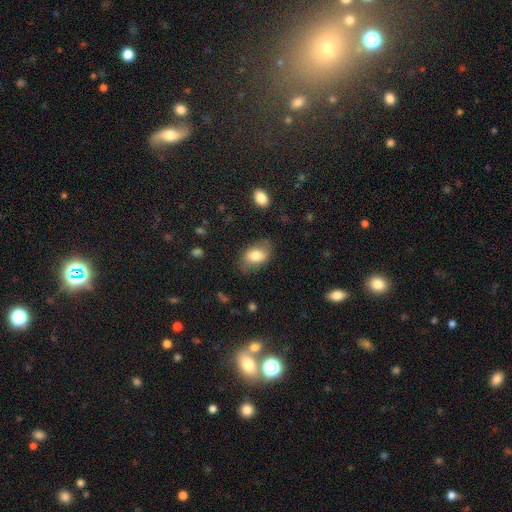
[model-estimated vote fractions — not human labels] Q: Smooth or featured?
A: smooth (74%); runner-up: featured or disk (19%)
Q: How rounded?
A: in between (87%); runner-up: round (12%)
Q: Merging?
A: none (70%); runner-up: minor disturbance (21%)